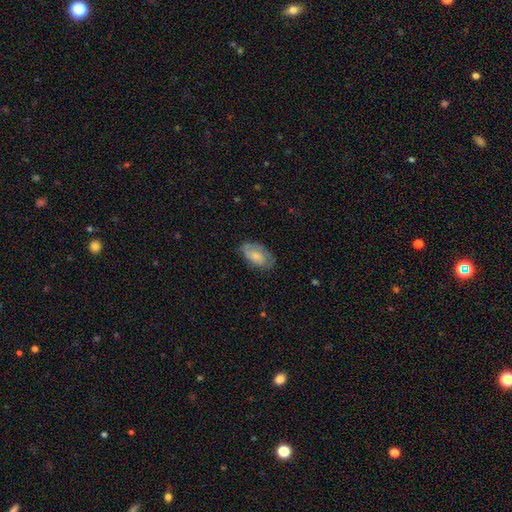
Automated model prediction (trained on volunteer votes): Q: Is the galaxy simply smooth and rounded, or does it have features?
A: smooth — 54%.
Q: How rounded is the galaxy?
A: in between — 93%.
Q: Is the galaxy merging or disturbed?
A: none — 70%.